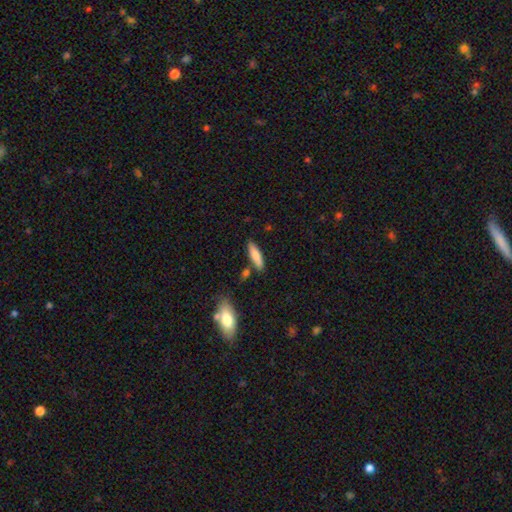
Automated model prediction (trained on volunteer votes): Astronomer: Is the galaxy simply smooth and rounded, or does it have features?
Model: smooth — 80%.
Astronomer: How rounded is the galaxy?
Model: cigar-shaped — 65%.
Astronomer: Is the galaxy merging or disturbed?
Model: none — 78%.